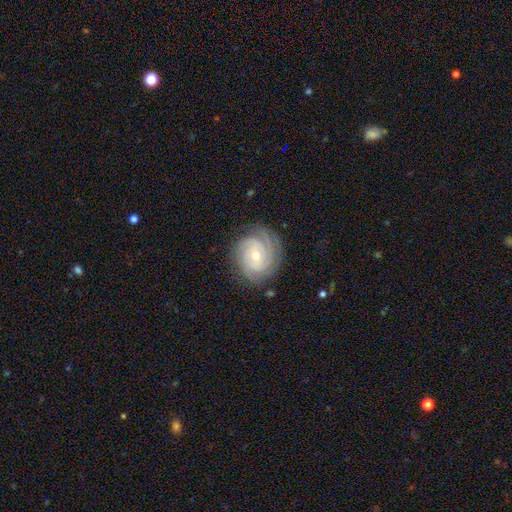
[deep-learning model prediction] This is clearly a featured or disk galaxy (84%). It is clearly not viewed edge-on (97%). Bar: likely no (60%). Spiral arm pattern: clearly yes (97%). Spiral arm count: marginally 3 (34%). Spiral winding: likely tight (76%). Central bulge: possibly small (52%). Merging: likely none (80%).